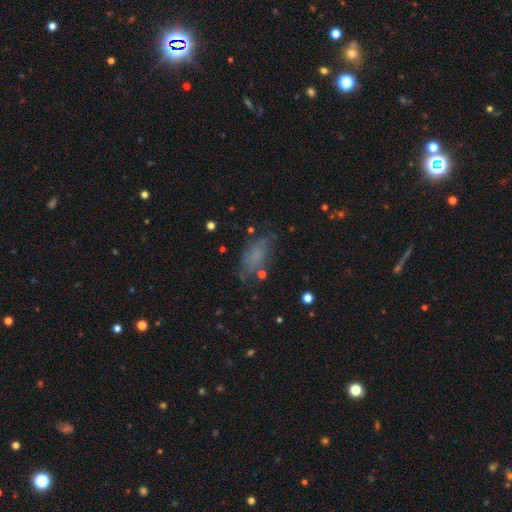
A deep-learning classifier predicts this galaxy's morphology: smooth_or_featured: smooth (p=0.64) [alt: featured or disk p=0.20]
how_rounded: in between (p=0.86) [alt: cigar-shaped p=0.08]
merging: none (p=0.56) [alt: minor disturbance p=0.24]